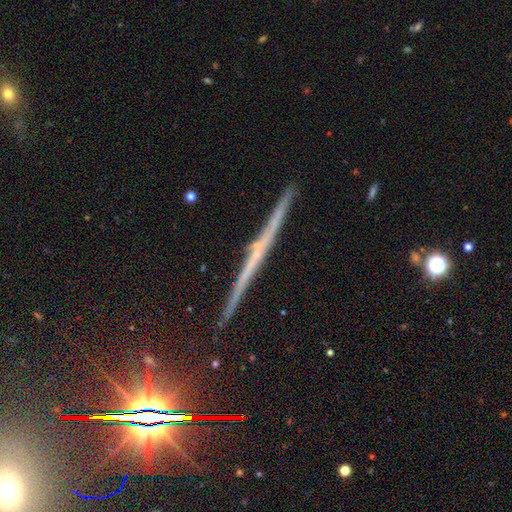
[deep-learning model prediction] Smooth or featured?
  - featured or disk: 69% *
  - smooth: 19%
  - star or artifact: 12%
Edge-on disk?
  - yes: 98% *
  - no: 2%
Edge-on bulge?
  - none: 78% *
  - rounded: 15%
  - boxy: 6%
Merging?
  - none: 90% *
  - minor disturbance: 7%
  - merger: 2%
  - major disturbance: 1%